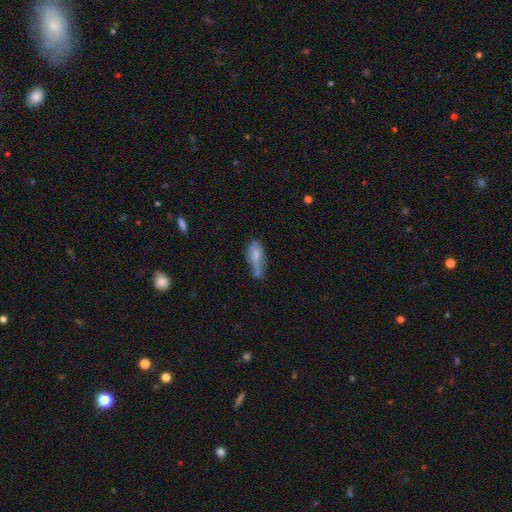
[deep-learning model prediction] This appears to be a smooth galaxy with no disk features (59%) that is in between round and cigar-shaped (79%). Merging: none (30%).